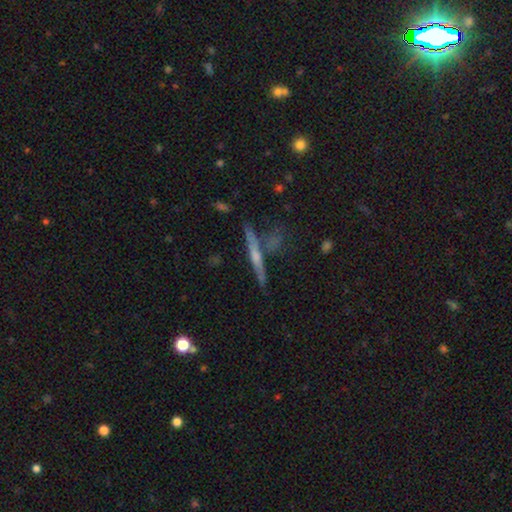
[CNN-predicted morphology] A featured or disk galaxy (68%) viewed edge-on (97%) with a rounded central bulge (71%).

Vote fractions:
- Smooth or featured? featured or disk: 68% / smooth: 23% / star or artifact: 9%
- Edge-on disk? yes: 97% / no: 3%
- Edge-on bulge? rounded: 71% / none: 21% / boxy: 8%
- Merging? none: 80% / minor disturbance: 10% / merger: 8% / major disturbance: 3%